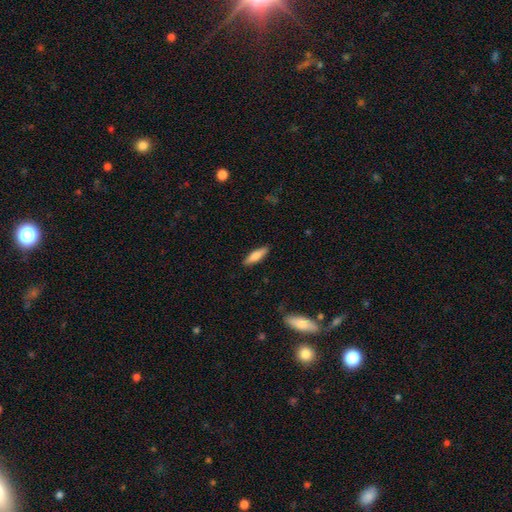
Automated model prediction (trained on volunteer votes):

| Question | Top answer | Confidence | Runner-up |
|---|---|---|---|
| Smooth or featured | smooth | 77% | featured or disk (18%) |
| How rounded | cigar-shaped | 61% | in between (37%) |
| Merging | none | 88% | minor disturbance (9%) |